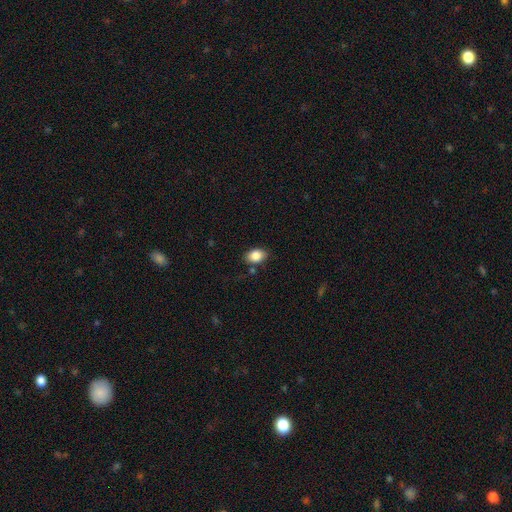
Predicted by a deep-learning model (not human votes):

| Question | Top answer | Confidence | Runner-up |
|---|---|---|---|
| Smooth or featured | smooth | 85% | star or artifact (8%) |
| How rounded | in between | 80% | round (18%) |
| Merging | none | 80% | minor disturbance (13%) |